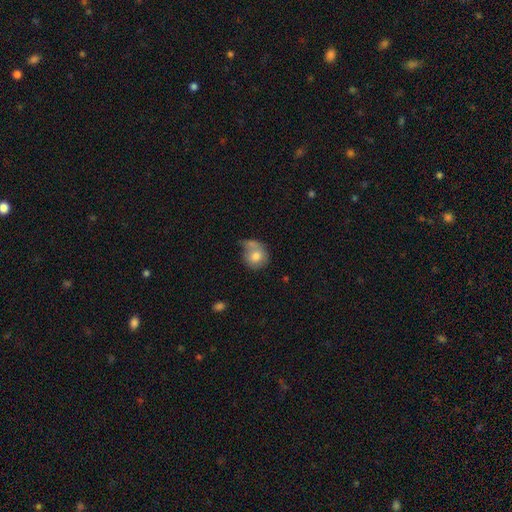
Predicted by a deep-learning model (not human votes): This is likely a smooth galaxy (73%). How rounded: likely round (76%). Merging: marginally none (37%).